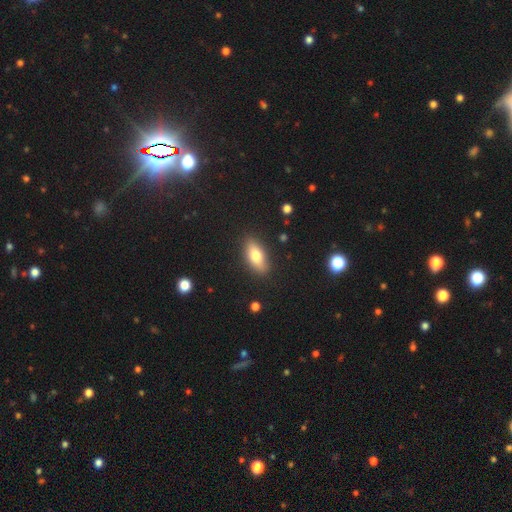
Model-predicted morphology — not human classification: Q: Smooth or featured?
A: smooth (73%); runner-up: featured or disk (19%)
Q: How rounded?
A: in between (82%); runner-up: cigar-shaped (13%)
Q: Merging?
A: none (86%); runner-up: minor disturbance (10%)